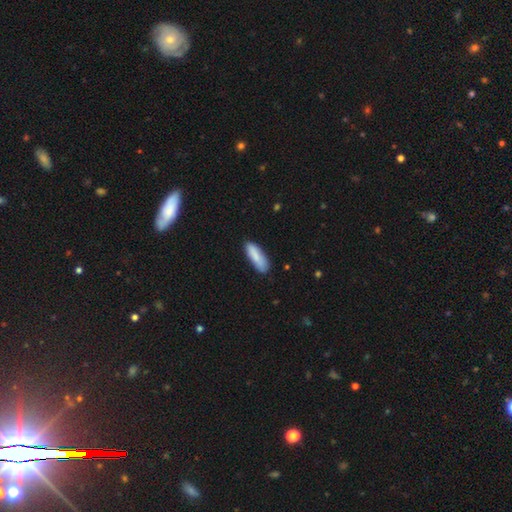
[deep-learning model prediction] smooth 85%, featured or disk 9%, star or artifact 6%. Down the decision tree: how rounded — in between (54%); merging — none (78%).